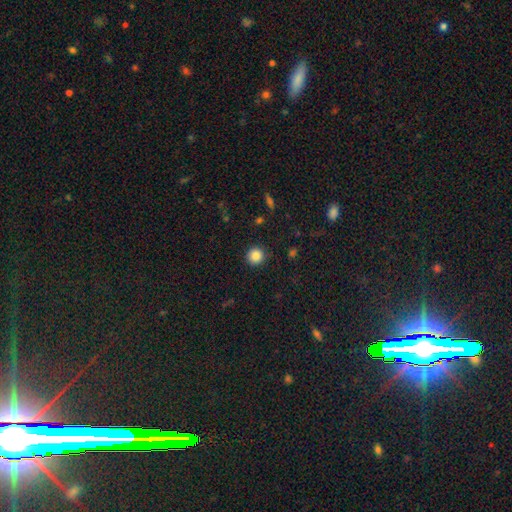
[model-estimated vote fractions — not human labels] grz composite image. It shows a smooth galaxy with no disk features (86%) that is round (93%). Merging: none (90%).